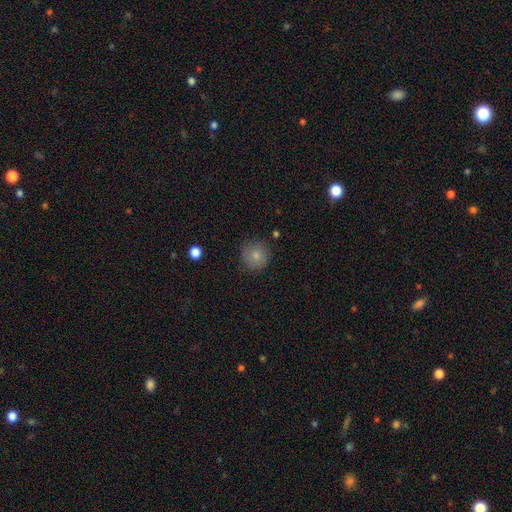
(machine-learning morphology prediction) Smooth or featured? smooth (82%)
How rounded? round (93%)
Merging? none (84%)